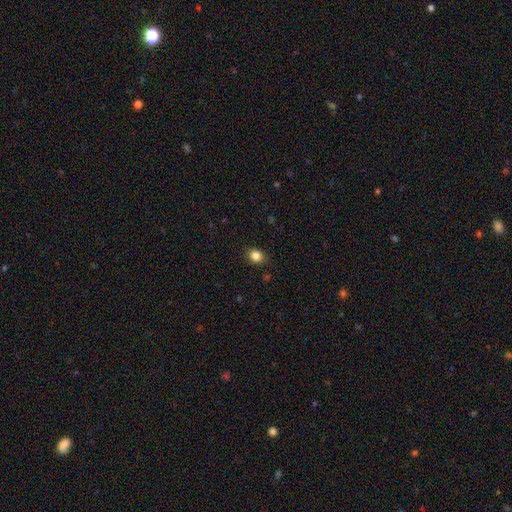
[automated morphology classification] Smooth or featured? smooth (84%)
How rounded? round (54%)
Merging? none (87%)